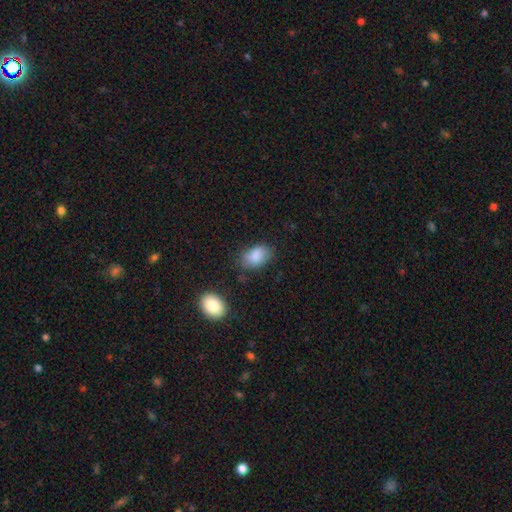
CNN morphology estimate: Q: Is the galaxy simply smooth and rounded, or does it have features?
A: smooth — 87%.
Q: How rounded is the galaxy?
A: in between — 89%.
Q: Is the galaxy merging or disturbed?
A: none — 69%.